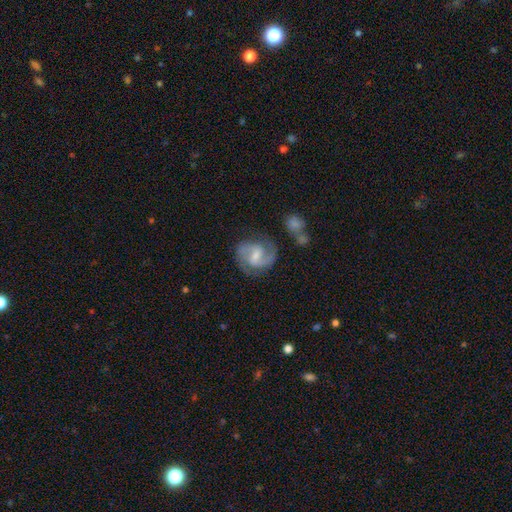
Q: Smooth or featured?
A: featured or disk (92%); runner-up: smooth (5%)
Q: Edge-on disk?
A: no (100%)
Q: Bar?
A: weak (51%); runner-up: strong (31%)
Q: Spiral arms?
A: yes (97%); runner-up: no (3%)
Q: Spiral winding?
A: medium (56%); runner-up: loose (38%)
Q: Spiral arm count?
A: 2 (82%); runner-up: can't tell (12%)
Q: Bulge size?
A: small (57%); runner-up: moderate (34%)
Q: Merging?
A: none (84%); runner-up: minor disturbance (14%)